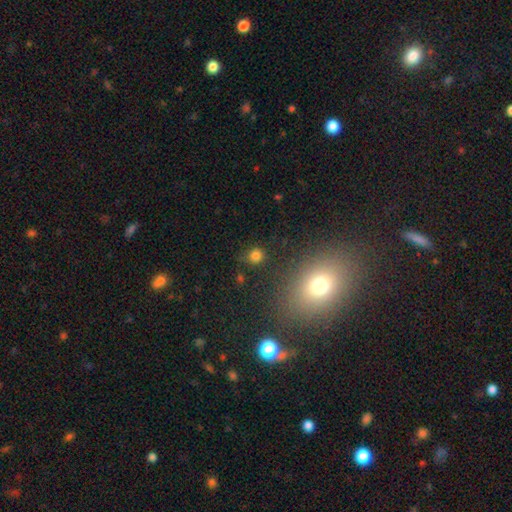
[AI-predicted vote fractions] Q: Smooth or featured?
A: smooth (79%); runner-up: star or artifact (16%)
Q: How rounded?
A: round (89%); runner-up: in between (10%)
Q: Merging?
A: none (83%); runner-up: minor disturbance (10%)